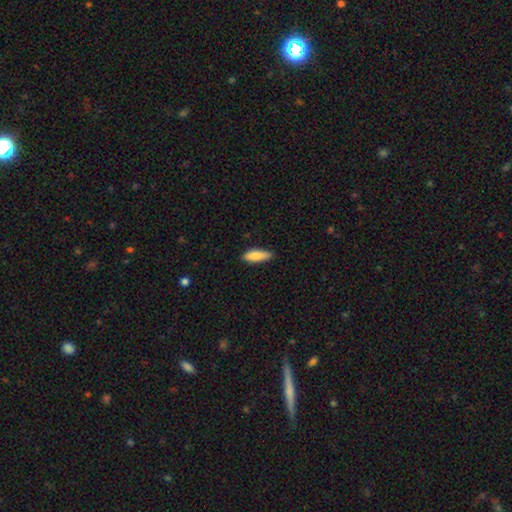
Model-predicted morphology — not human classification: Overall: smooth (85%). How rounded: cigar-shaped (53%; in between 45%). Merging: none (82%).